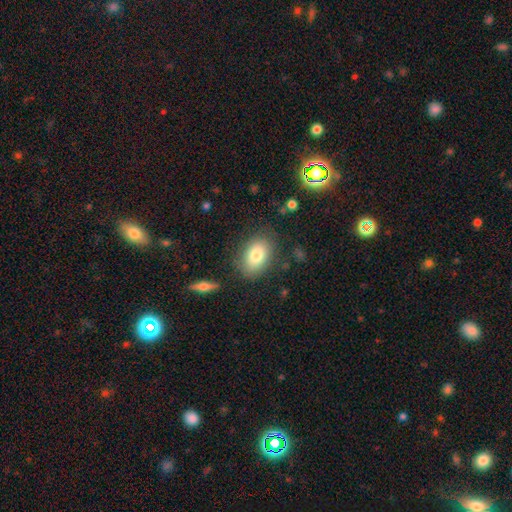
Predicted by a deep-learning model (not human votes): Smooth or featured: smooth — 80% (featured or disk — 12%)
How rounded: in between — 83% (round — 16%)
Merging: none — 79% (minor disturbance — 14%)